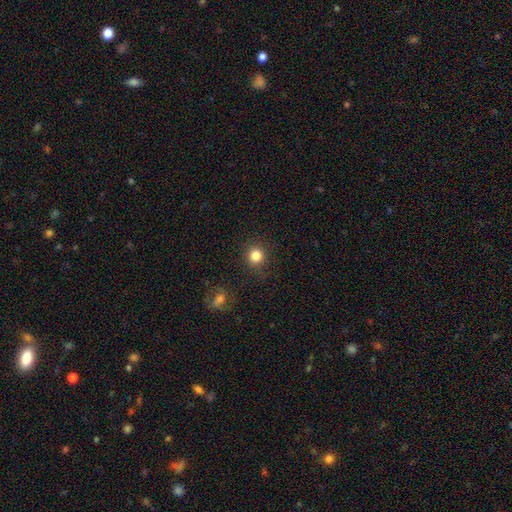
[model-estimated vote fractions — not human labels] smooth_or_featured: smooth (p=0.84) [alt: star or artifact p=0.11]
how_rounded: round (p=0.90) [alt: in between p=0.09]
merging: none (p=0.87) [alt: minor disturbance p=0.08]